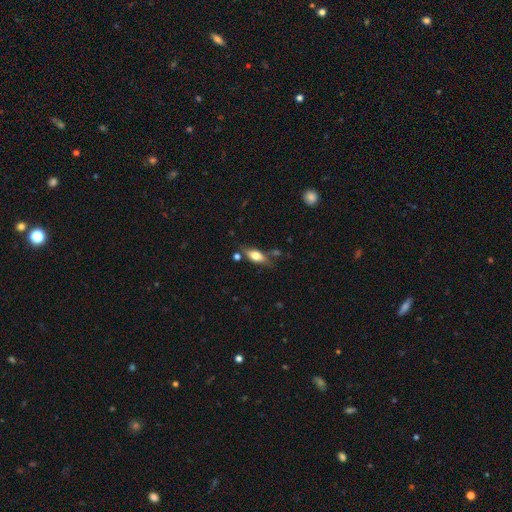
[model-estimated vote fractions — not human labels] A smooth galaxy with no disk features (60%) that is in between round and cigar-shaped (72%).

Vote fractions:
- Smooth or featured? smooth: 60% / featured or disk: 32% / star or artifact: 8%
- How rounded? in between: 72% / cigar-shaped: 25% / round: 3%
- Merging? none: 67% / minor disturbance: 19% / merger: 8% / major disturbance: 6%